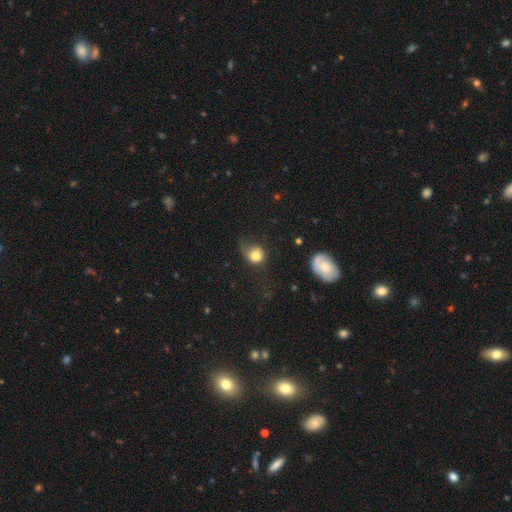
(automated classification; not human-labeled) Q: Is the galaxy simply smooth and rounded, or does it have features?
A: smooth — 77%.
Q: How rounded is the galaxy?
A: round — 78%.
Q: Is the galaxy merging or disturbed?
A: none — 37%.